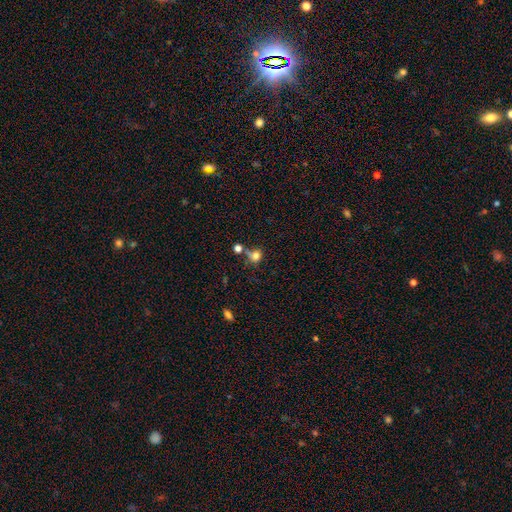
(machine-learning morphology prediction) Smooth or featured? Predicted: smooth (p=0.76). How rounded? Predicted: round (p=0.74). Merging? Predicted: none (p=0.47).